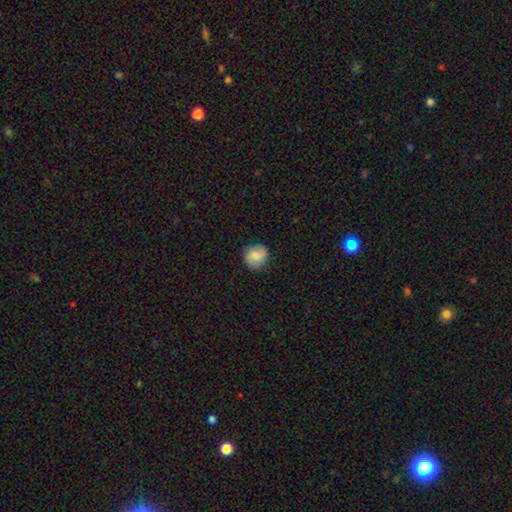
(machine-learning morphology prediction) smooth 64%, featured or disk 28%, star or artifact 8%. Down the decision tree: how rounded — round (83%); merging — none (83%).